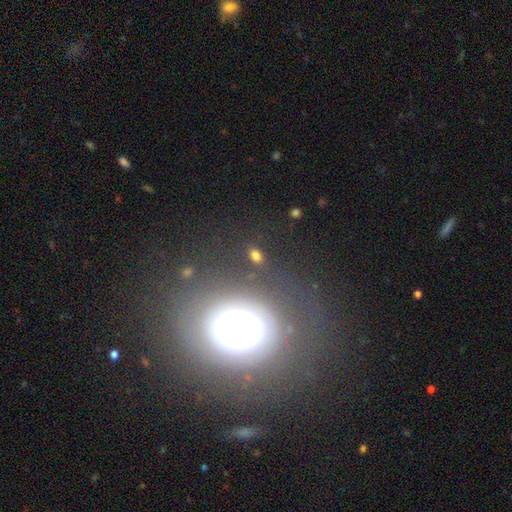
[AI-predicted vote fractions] A smooth galaxy with no disk features (73%) that is in between round and cigar-shaped (80%). Merging: none (83%).